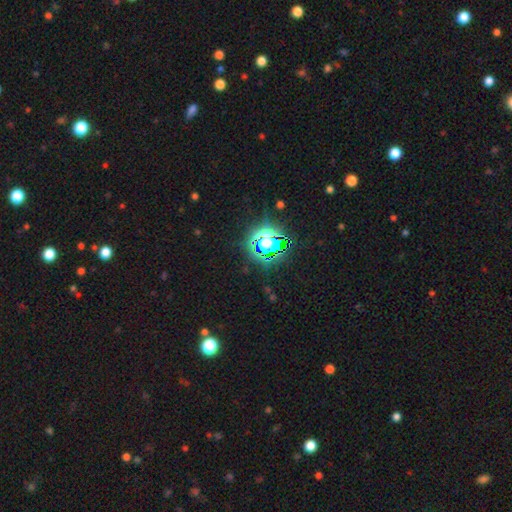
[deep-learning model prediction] smooth-or-featured: star or artifact: 75% | smooth: 16% | featured or disk: 8%